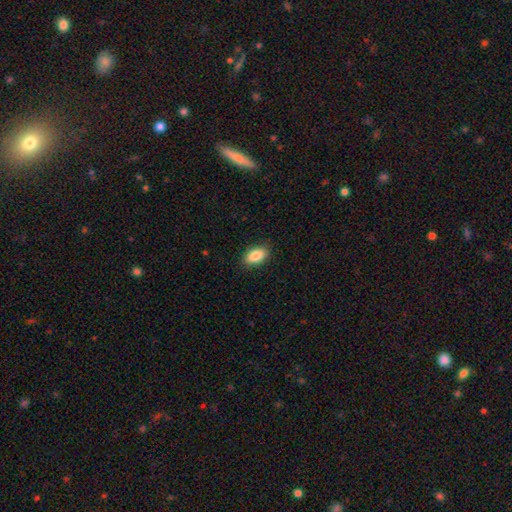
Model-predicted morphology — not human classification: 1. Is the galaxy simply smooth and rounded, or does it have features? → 87% smooth, 7% star or artifact, 6% featured or disk.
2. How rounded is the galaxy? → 92% in between, 5% round, 3% cigar-shaped.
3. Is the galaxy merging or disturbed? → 88% none, 9% minor disturbance, 2% major disturbance, 1% merger.